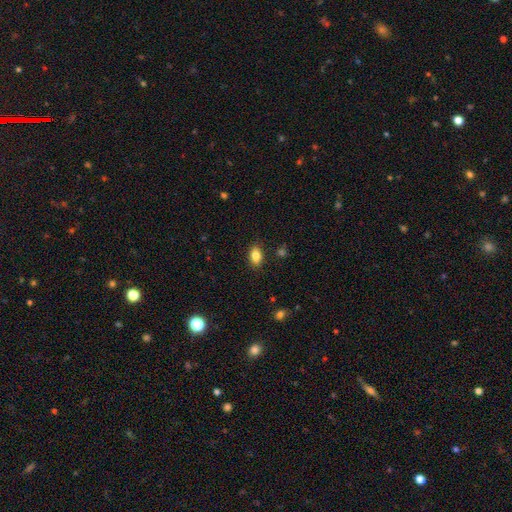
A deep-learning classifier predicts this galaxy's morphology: smooth-or-featured: smooth: 84% | star or artifact: 9% | featured or disk: 7%
  how-rounded: in between: 86% | round: 12% | cigar-shaped: 2%
  merging: none: 87% | minor disturbance: 9% | major disturbance: 2% | merger: 1%